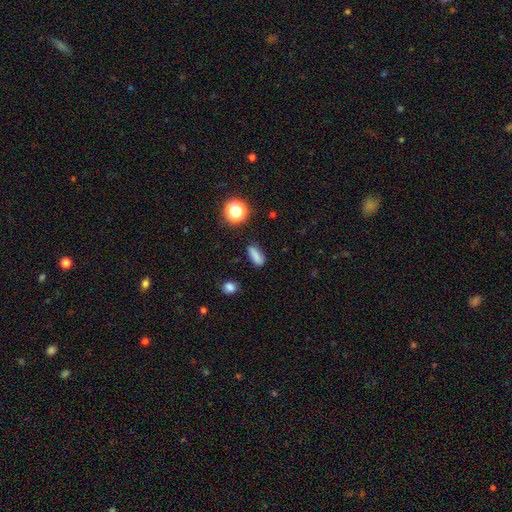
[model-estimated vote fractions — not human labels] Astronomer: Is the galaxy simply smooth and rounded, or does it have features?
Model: smooth — 81%.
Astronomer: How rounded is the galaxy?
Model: in between — 57% (runner-up: cigar-shaped, 36%).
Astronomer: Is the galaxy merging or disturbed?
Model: none — 80%.